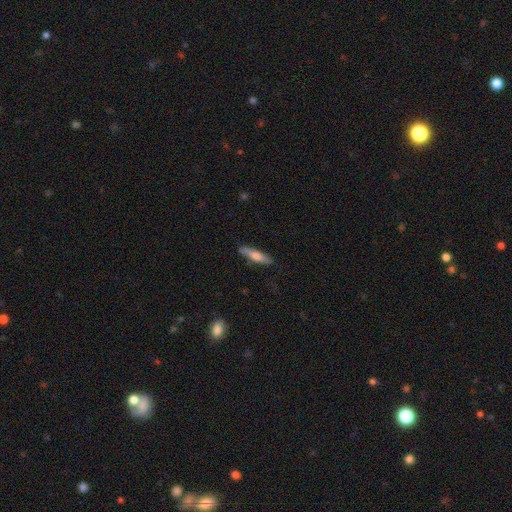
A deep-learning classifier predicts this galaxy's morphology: Overall: smooth (61%; featured or disk 33%). How rounded: cigar-shaped (84%). Merging: none (85%).